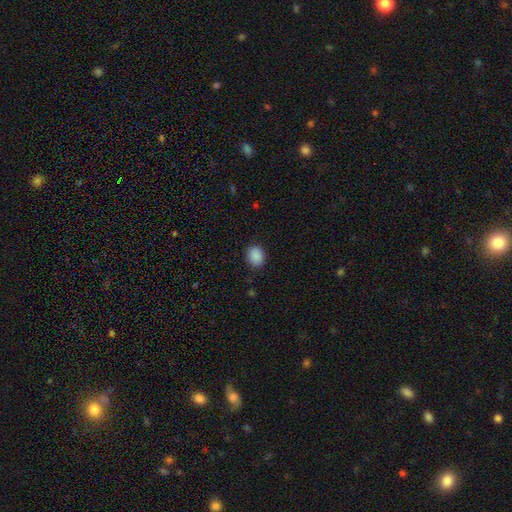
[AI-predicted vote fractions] Smooth or featured?
  - smooth: 89% *
  - star or artifact: 8%
  - featured or disk: 3%
How rounded?
  - round: 54% *
  - in between: 45%
  - cigar-shaped: 1%
Merging?
  - none: 87% *
  - minor disturbance: 9%
  - major disturbance: 3%
  - merger: 1%